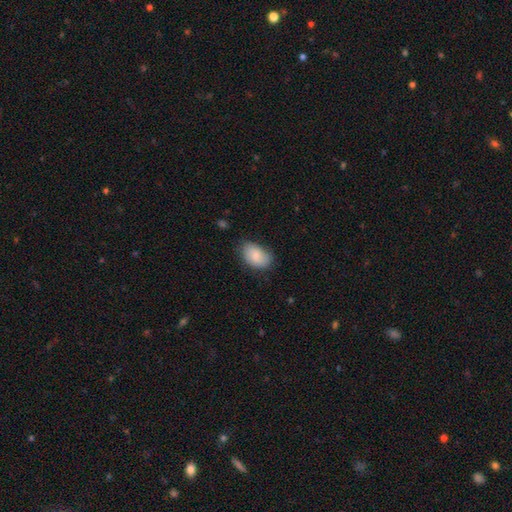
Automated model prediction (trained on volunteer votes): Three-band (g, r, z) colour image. It shows a smooth galaxy with no disk features (80%) that is in between round and cigar-shaped (90%). Merging: none (71%).